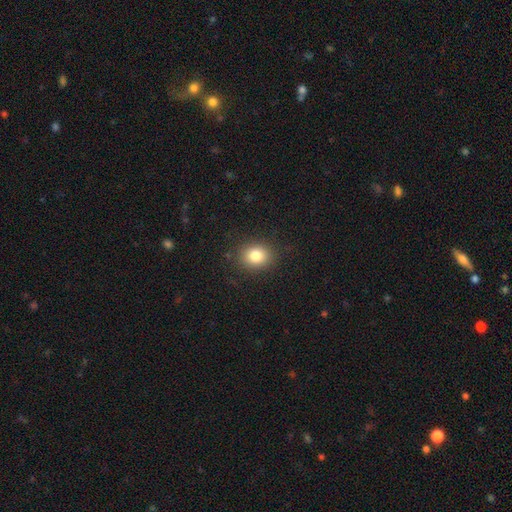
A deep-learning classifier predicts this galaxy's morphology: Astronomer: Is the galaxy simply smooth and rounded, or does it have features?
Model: smooth — 82%.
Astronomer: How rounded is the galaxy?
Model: round — 59% (runner-up: in between, 40%).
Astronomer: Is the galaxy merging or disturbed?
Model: none — 87%.